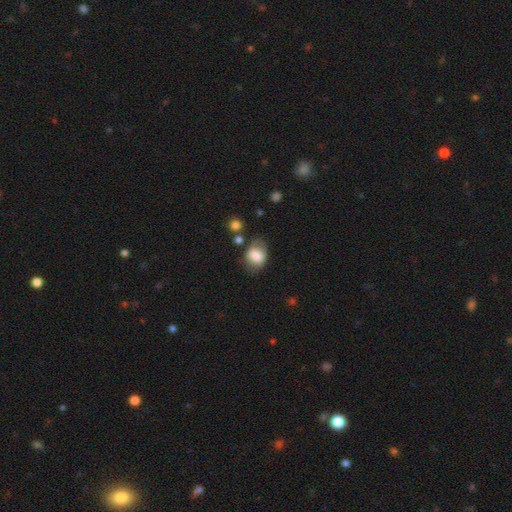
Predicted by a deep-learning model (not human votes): The model was most divided on "merging": none: 63%, minor disturbance: 22%, major disturbance: 9%, merger: 6%. More confident: smooth or featured — smooth (75%); how rounded — in between (73%).